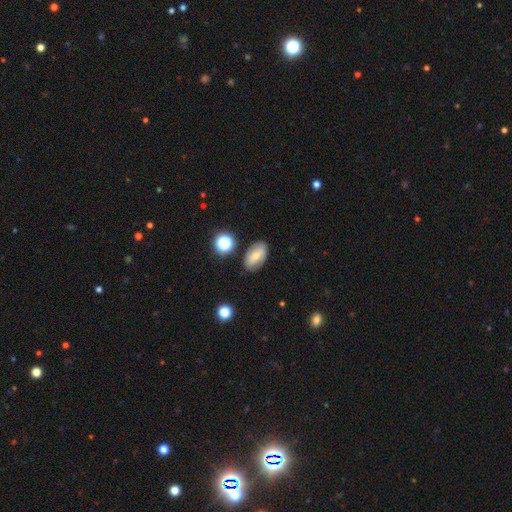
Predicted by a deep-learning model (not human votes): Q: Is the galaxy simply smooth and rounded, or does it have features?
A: smooth — 63%.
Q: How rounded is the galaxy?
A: in between — 90%.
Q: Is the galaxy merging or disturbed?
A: none — 81%.